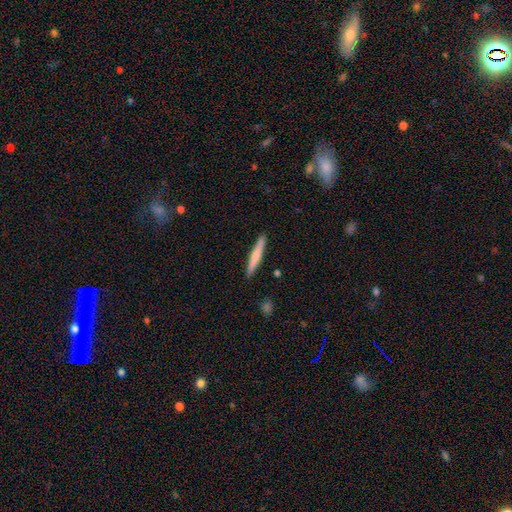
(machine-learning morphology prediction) type=smooth (62%); roundness=cigar-shaped (95%); merging=none (90%).